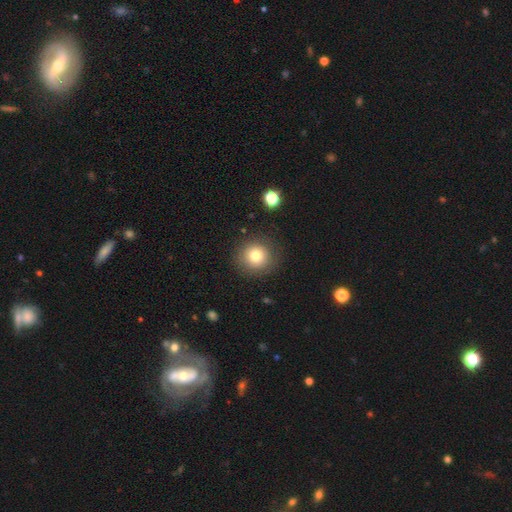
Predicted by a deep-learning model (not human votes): smooth_or_featured: smooth (p=0.78) [alt: star or artifact p=0.12]
how_rounded: round (p=0.93) [alt: in between p=0.06]
merging: none (p=0.87) [alt: minor disturbance p=0.08]